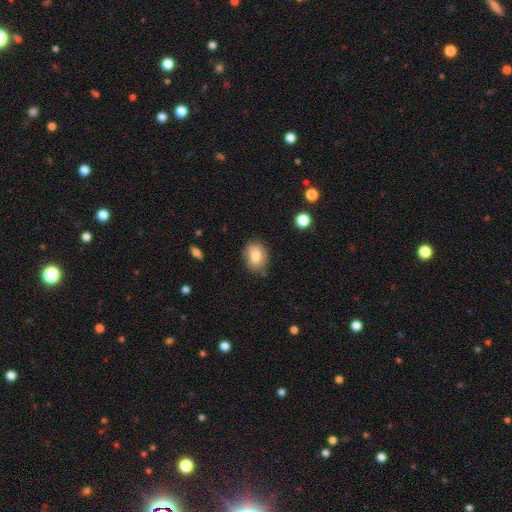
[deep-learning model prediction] Q: Smooth or featured?
A: smooth (76%); runner-up: featured or disk (15%)
Q: How rounded?
A: in between (64%); runner-up: round (34%)
Q: Merging?
A: none (72%); runner-up: minor disturbance (21%)